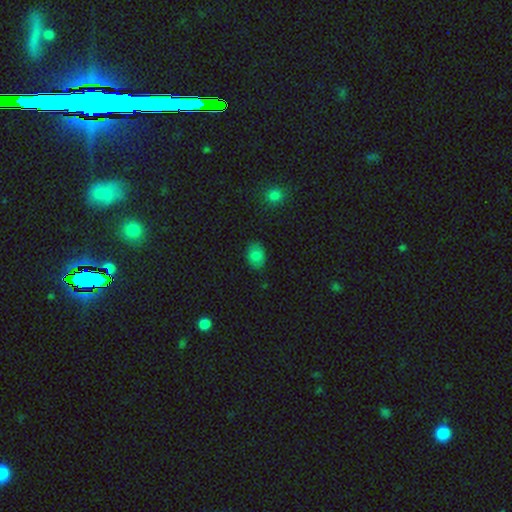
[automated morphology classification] Overall: smooth (82%). How rounded: in between (70%). Merging: none (82%).